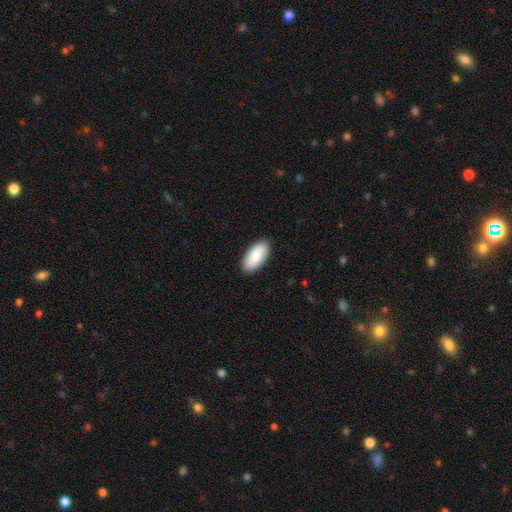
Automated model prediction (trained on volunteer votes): Smooth or featured?
  - smooth: 86% *
  - featured or disk: 8%
  - star or artifact: 5%
How rounded?
  - in between: 94% *
  - cigar-shaped: 4%
  - round: 2%
Merging?
  - none: 89% *
  - minor disturbance: 9%
  - major disturbance: 2%
  - merger: 1%